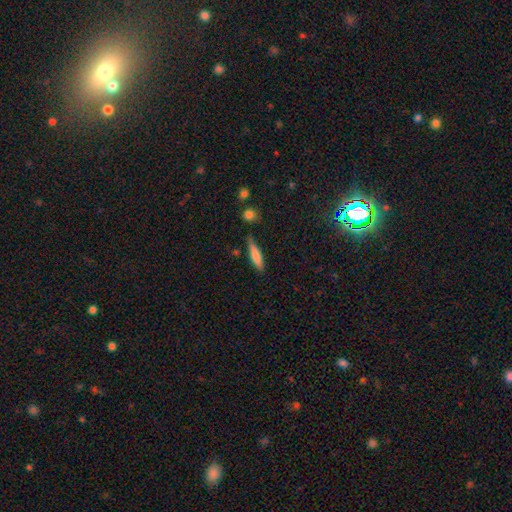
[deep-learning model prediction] Smooth or featured: smooth — 75% (featured or disk — 19%)
How rounded: cigar-shaped — 81% (in between — 18%)
Merging: none — 78% (minor disturbance — 16%)